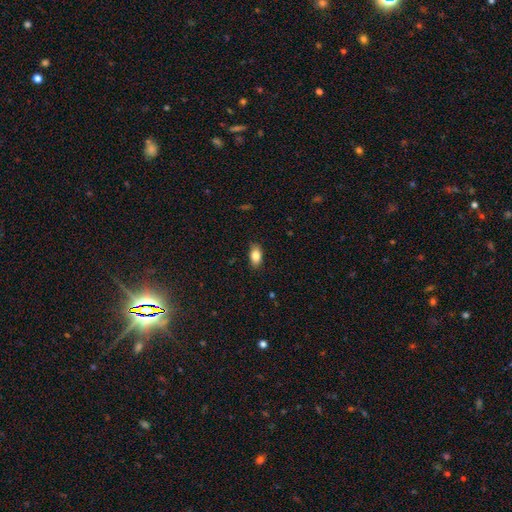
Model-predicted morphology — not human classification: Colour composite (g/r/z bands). It shows a smooth galaxy with no disk features (84%) that is in between round and cigar-shaped (89%). Merging: none (86%).